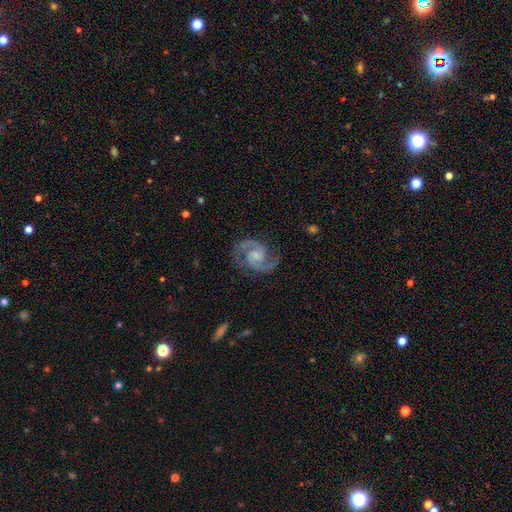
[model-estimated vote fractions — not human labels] The model was most divided on "bulge size": small: 34%, moderate: 33%, none: 27%, large: 5%, dominant: 1%. Remaining: spiral arms — yes (98%); edge-on disk — no (98%); spiral arm count — 2 (94%); smooth or featured — featured or disk (92%); merging — none (82%); spiral winding — medium (65%); bar — no (47%).